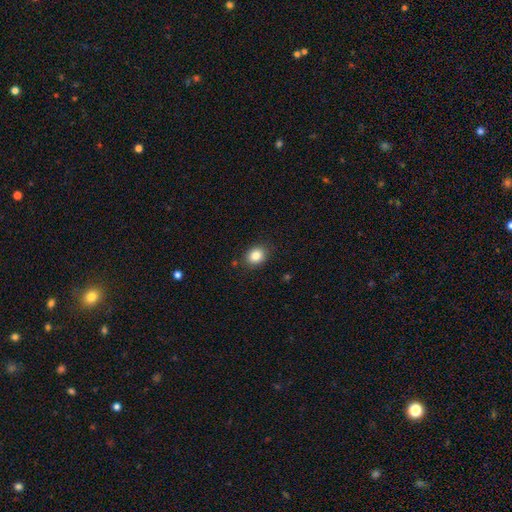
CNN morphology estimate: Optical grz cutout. It shows a smooth galaxy with no disk features (84%) that is round (55%). Merging: none (85%).